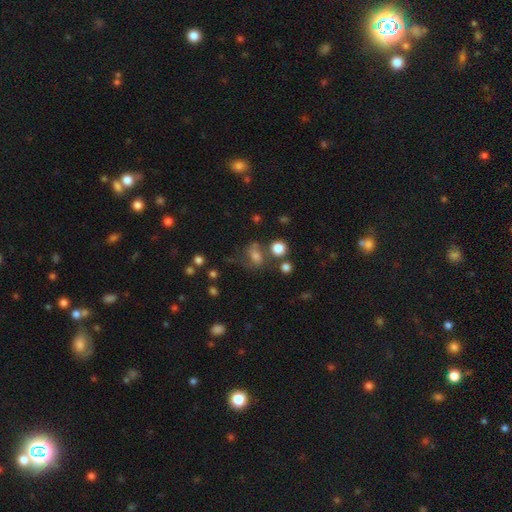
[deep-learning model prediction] Smooth or featured: smooth — 60% (featured or disk — 22%)
How rounded: in between — 56% (round — 41%)
Merging: none — 46% (minor disturbance — 22%)